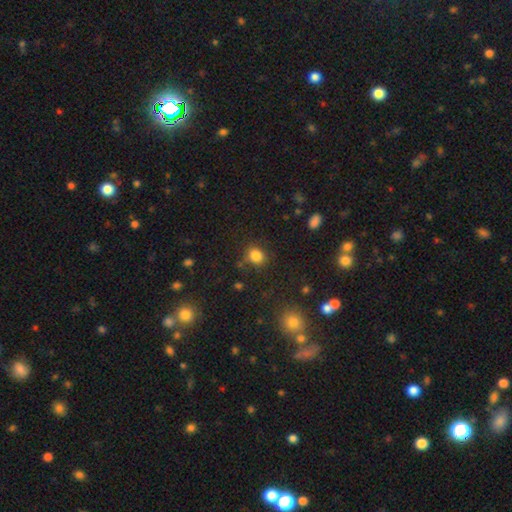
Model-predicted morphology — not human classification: A smooth galaxy with no disk features (82%) that is round (62%).

Vote fractions:
- Smooth or featured? smooth: 82% / star or artifact: 13% / featured or disk: 5%
- How rounded? round: 62% / in between: 37% / cigar-shaped: 1%
- Merging? none: 78% / minor disturbance: 14% / major disturbance: 5% / merger: 4%